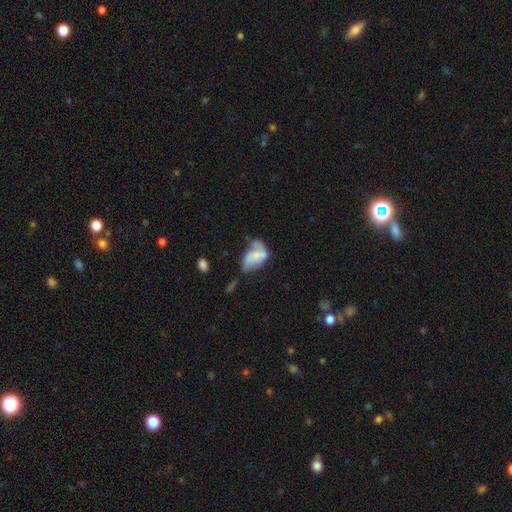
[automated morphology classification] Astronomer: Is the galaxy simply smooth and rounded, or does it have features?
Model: smooth — 47% (runner-up: featured or disk, 44%).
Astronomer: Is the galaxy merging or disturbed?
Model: major disturbance — 30% (runner-up: minor disturbance, 26%).